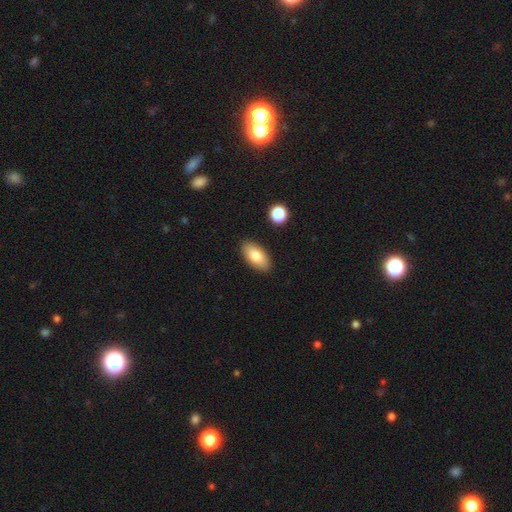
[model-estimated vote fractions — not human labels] The model was most divided on "smooth or featured": smooth: 82%, featured or disk: 11%, star or artifact: 7%. More confident: how rounded — in between (92%); merging — none (88%).